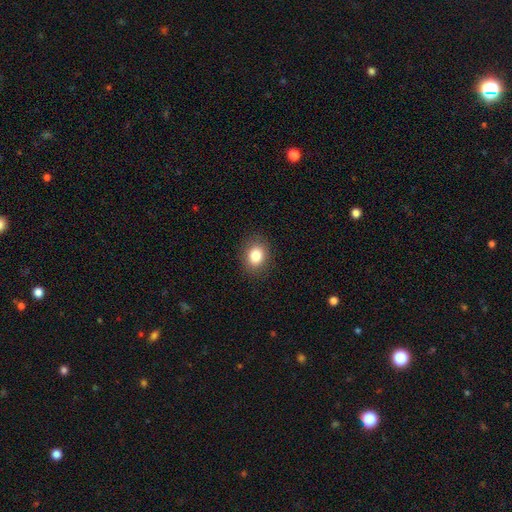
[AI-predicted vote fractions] Smooth or featured: smooth — 83% (star or artifact — 10%)
How rounded: in between — 52% (round — 47%)
Merging: none — 88% (minor disturbance — 8%)